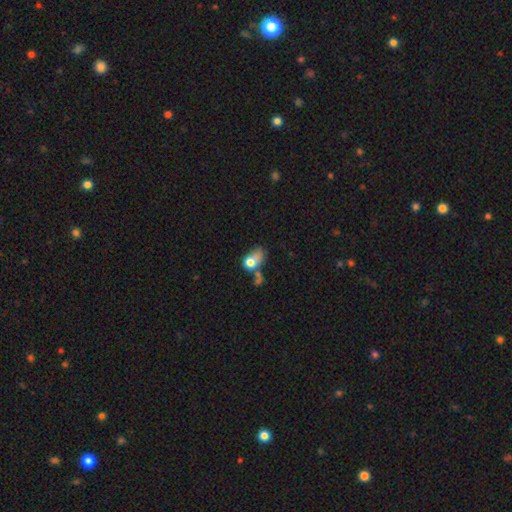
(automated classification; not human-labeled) A smooth galaxy with no disk features (69%) that is in between round and cigar-shaped (64%). Merging: merger (34%).